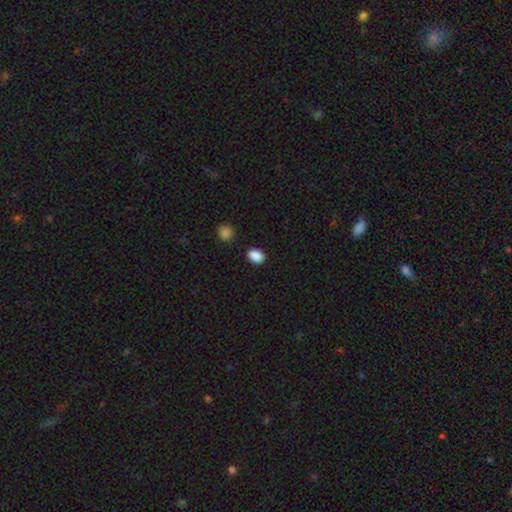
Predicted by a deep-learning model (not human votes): Smooth or featured? smooth (88%)
How rounded? in between (74%)
Merging? none (85%)